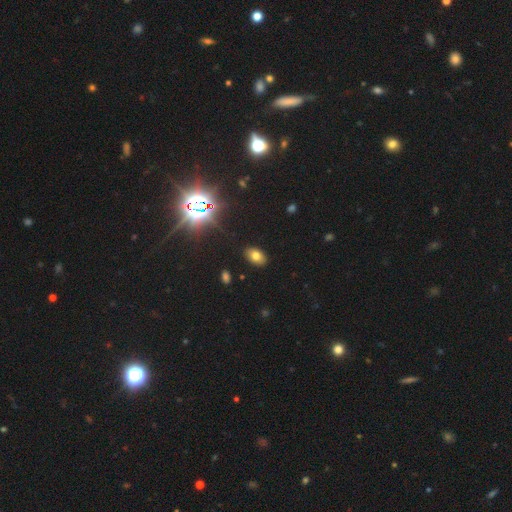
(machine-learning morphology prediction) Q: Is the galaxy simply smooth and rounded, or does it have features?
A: smooth — 70%.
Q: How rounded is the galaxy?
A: in between — 87%.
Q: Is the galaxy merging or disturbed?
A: none — 88%.